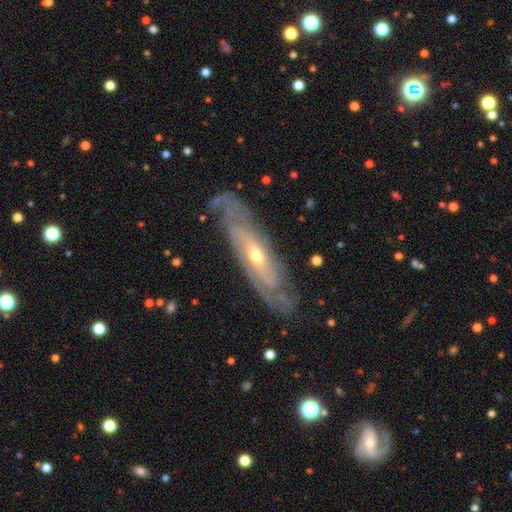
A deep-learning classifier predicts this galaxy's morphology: Overall: featured or disk (85%). Edge-on disk: no (77%). Bar: no (63%; weak 26%). Spiral arms: yes (91%). Spiral arm count: can't tell (39%, tied with 2). Spiral winding: tight (59%; medium 29%). Bulge size: moderate (49%; small 47%). Merging: none (71%).